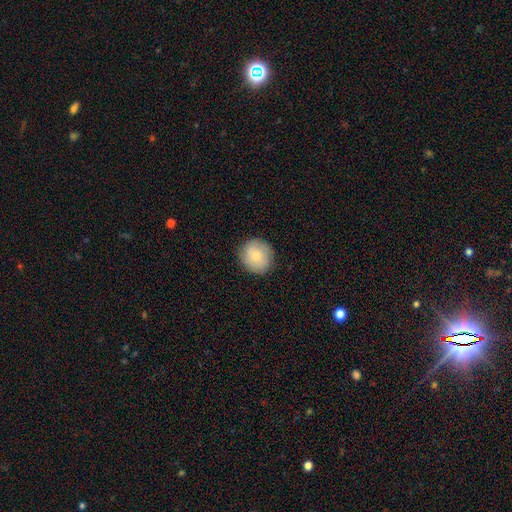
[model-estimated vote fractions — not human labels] Smooth or featured?
  - smooth: 82% *
  - featured or disk: 11%
  - star or artifact: 7%
How rounded?
  - round: 88% *
  - in between: 11%
  - cigar-shaped: 1%
Merging?
  - none: 87% *
  - minor disturbance: 10%
  - major disturbance: 2%
  - merger: 1%